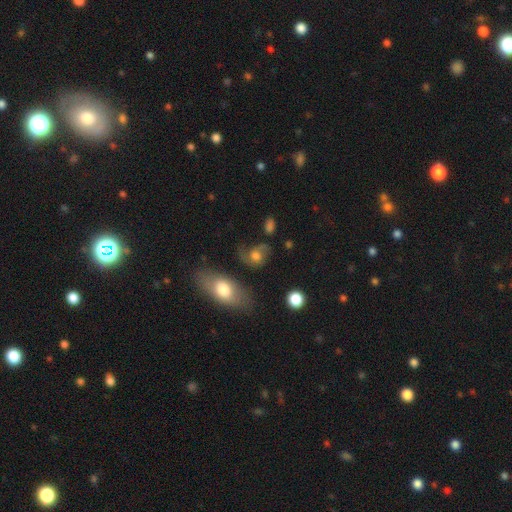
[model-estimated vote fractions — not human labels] Smooth or featured? Predicted: smooth (p=0.48). Merging? Predicted: none (p=0.48).